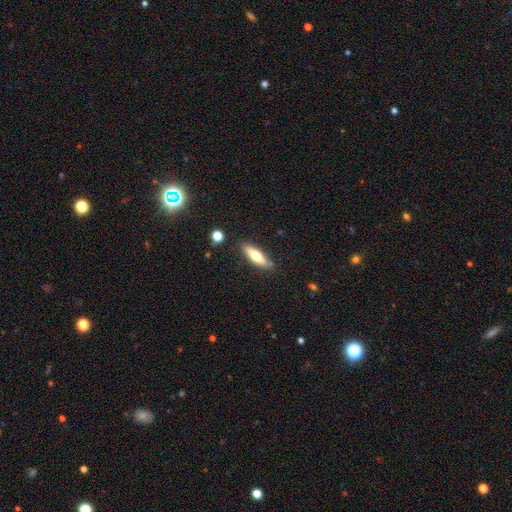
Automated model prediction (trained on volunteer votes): Overall: smooth (62%; featured or disk 32%). How rounded: cigar-shaped (57%; in between 41%). Merging: none (83%).